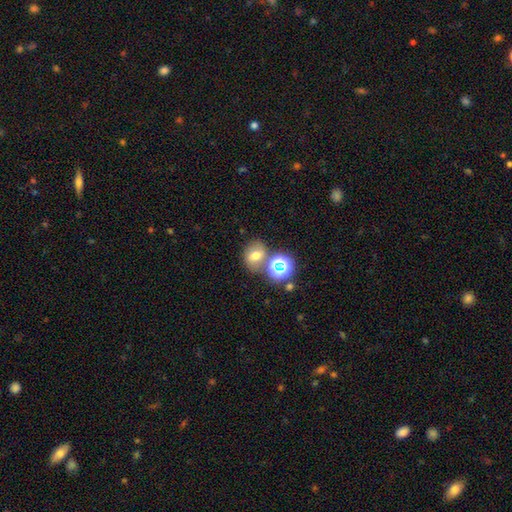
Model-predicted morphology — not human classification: Smooth or featured? smooth (61%)
How rounded? round (55%)
Merging? none (61%)